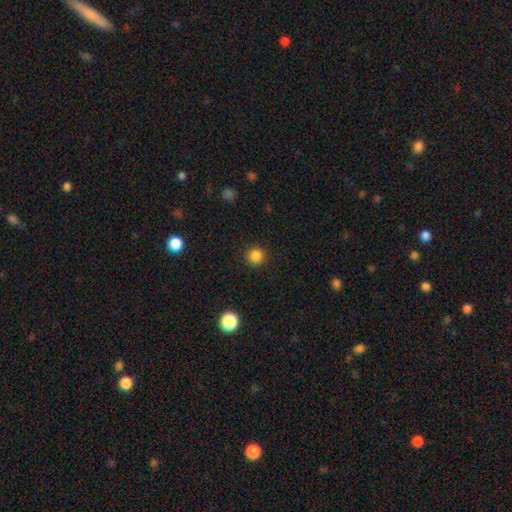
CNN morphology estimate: Overall: smooth (85%). How rounded: round (95%). Merging: none (92%).